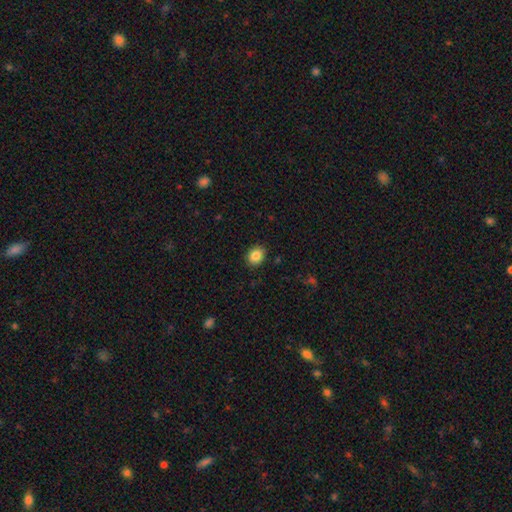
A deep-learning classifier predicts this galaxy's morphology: Smooth or featured: smooth — 86% (star or artifact — 9%)
How rounded: round — 51% (in between — 48%)
Merging: none — 89% (minor disturbance — 8%)